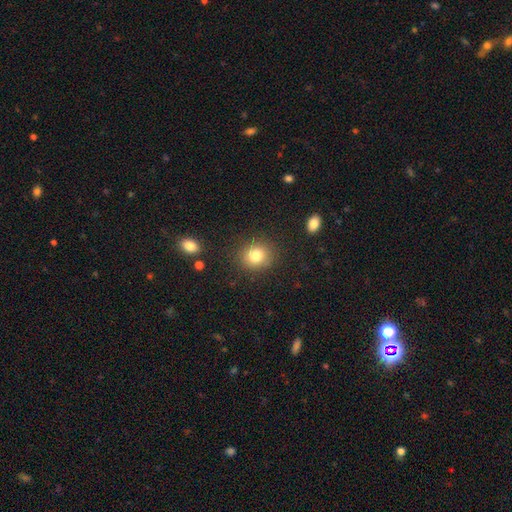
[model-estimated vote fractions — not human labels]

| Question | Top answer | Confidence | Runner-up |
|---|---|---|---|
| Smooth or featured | smooth | 81% | star or artifact (11%) |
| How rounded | round | 77% | in between (22%) |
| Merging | none | 87% | minor disturbance (9%) |